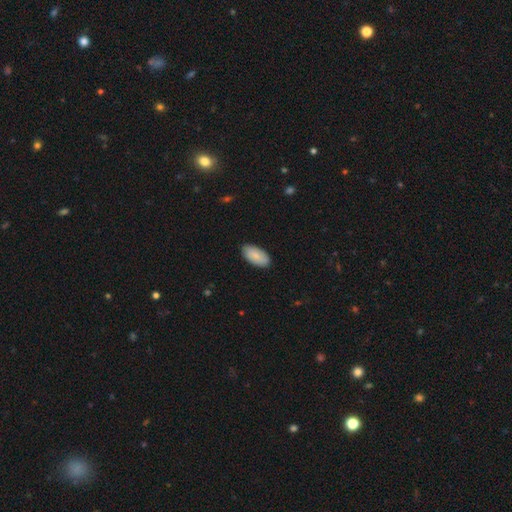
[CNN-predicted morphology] This is clearly a smooth galaxy (84%). How rounded: clearly in between (95%). Merging: clearly none (86%).